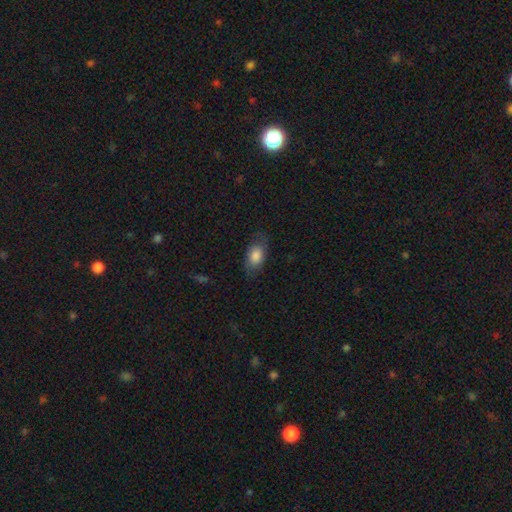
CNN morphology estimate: A smooth galaxy with no disk features (79%) that is in between round and cigar-shaped (87%).

Vote fractions:
- Smooth or featured? smooth: 79% / featured or disk: 14% / star or artifact: 7%
- How rounded? in between: 87% / round: 9% / cigar-shaped: 4%
- Merging? none: 72% / minor disturbance: 20% / major disturbance: 7% / merger: 1%